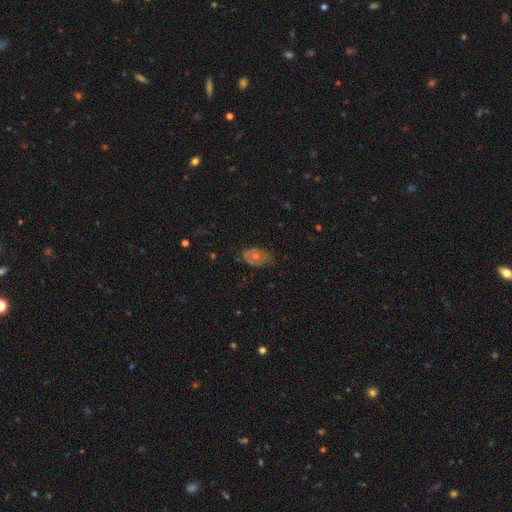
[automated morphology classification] Overall: featured or disk (55%; smooth 32%). Edge-on disk: no (94%). Bar: no (86%). Spiral arms: no (59%; yes 41%). Bulge size: moderate (54%; small 41%). Merging: none (70%).